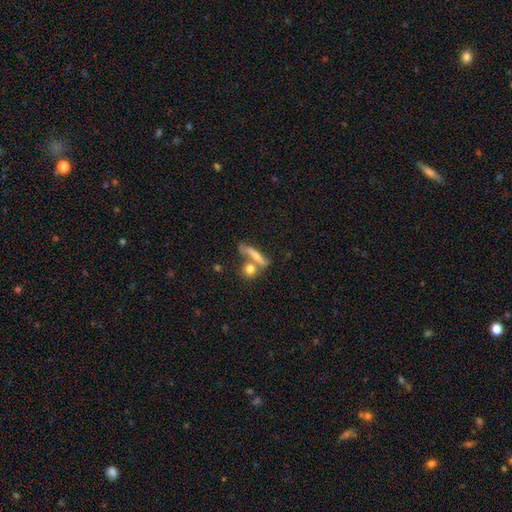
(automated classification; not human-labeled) Morphology: type=smooth (61%); roundness=cigar-shaped (65%); merging=none (50%).